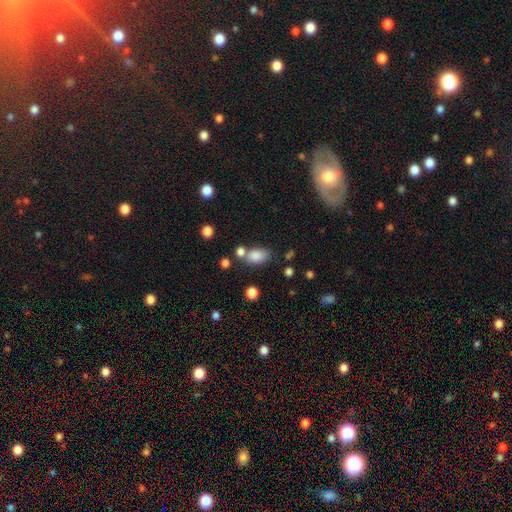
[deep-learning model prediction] smooth_or_featured: smooth (p=0.83) [alt: star or artifact p=0.10]
how_rounded: in between (p=0.86) [alt: round p=0.12]
merging: none (p=0.59) [alt: merger p=0.20]